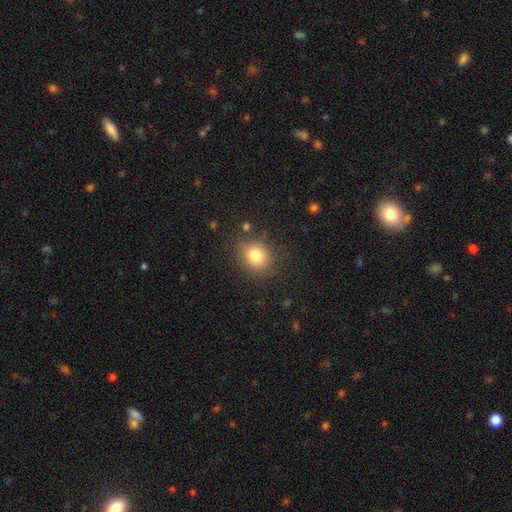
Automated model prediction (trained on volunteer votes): smooth 82%, star or artifact 11%, featured or disk 7%. Down the decision tree: how rounded — round (70%); merging — none (81%).